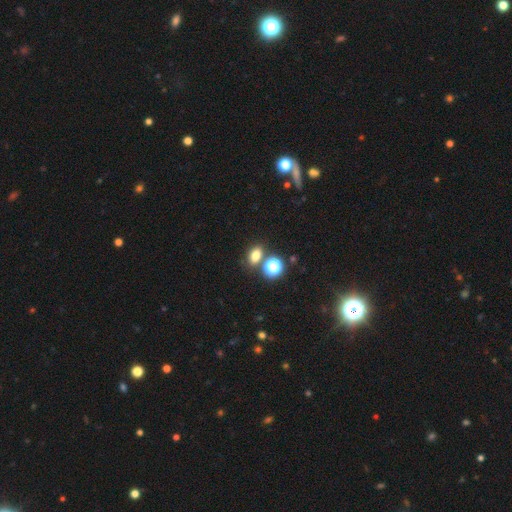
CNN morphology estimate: A smooth galaxy with no disk features (76%) that is in between round and cigar-shaped (67%). Merging: none (70%).